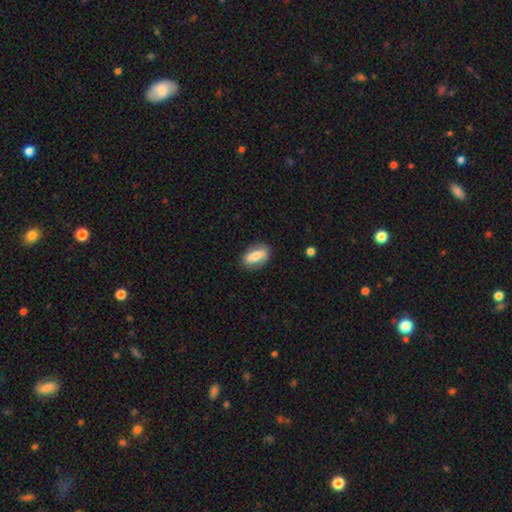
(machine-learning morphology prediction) Smooth or featured?
  - smooth: 66% *
  - featured or disk: 27%
  - star or artifact: 6%
How rounded?
  - in between: 85% *
  - cigar-shaped: 9%
  - round: 6%
Merging?
  - none: 82% *
  - minor disturbance: 14%
  - major disturbance: 3%
  - merger: 1%